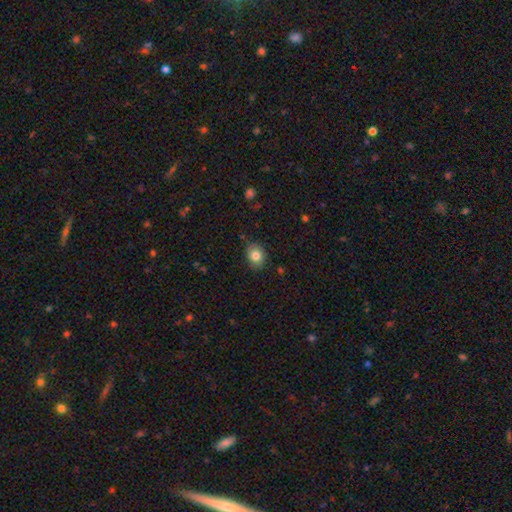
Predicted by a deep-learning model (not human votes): Smooth or featured: smooth — 82% (featured or disk — 9%)
How rounded: in between — 52% (round — 47%)
Merging: none — 85% (minor disturbance — 12%)